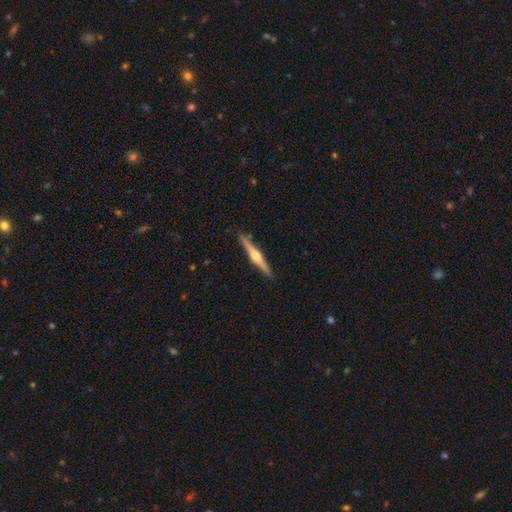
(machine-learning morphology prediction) type=featured or disk (75%); edge-on=yes (98%); edge-on bulge=rounded (91%); merging=none (90%).